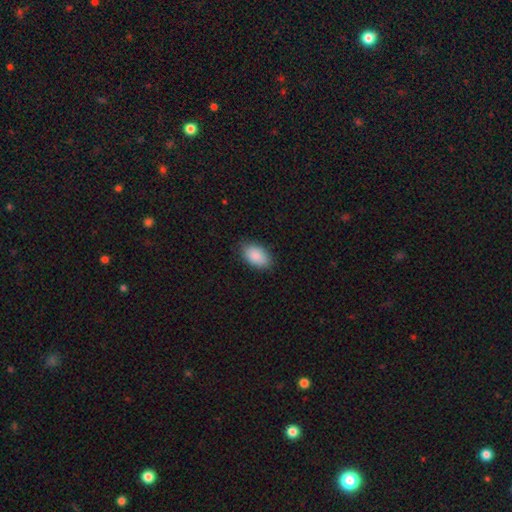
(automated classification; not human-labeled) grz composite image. It shows a smooth galaxy with no disk features (89%) that is in between round and cigar-shaped (93%). Merging: none (84%).